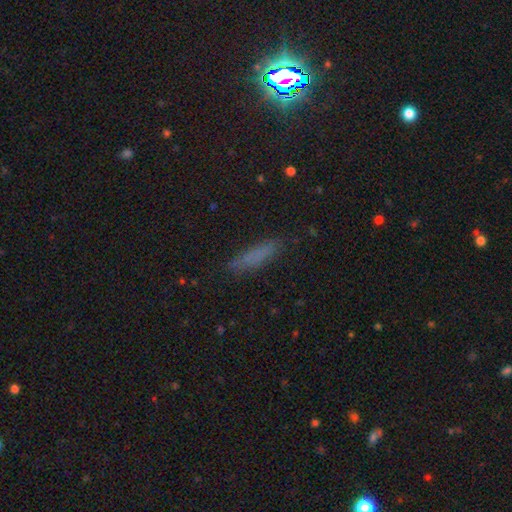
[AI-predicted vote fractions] Overall: smooth (69%). How rounded: cigar-shaped (80%). Merging: none (81%).